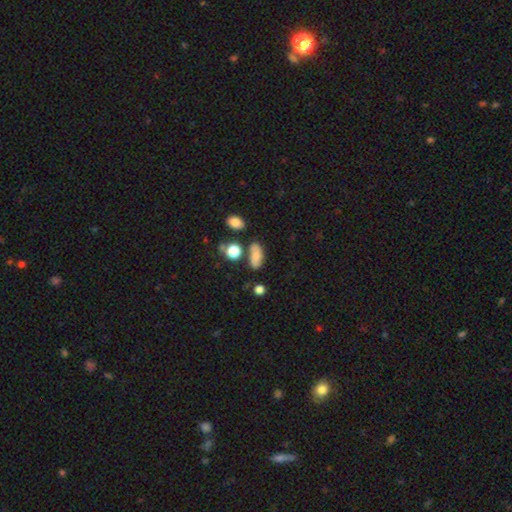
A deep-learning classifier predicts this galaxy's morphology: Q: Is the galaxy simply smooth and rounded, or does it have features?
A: smooth — 75%.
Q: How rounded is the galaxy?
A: in between — 82%.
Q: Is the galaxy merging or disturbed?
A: none — 60%.